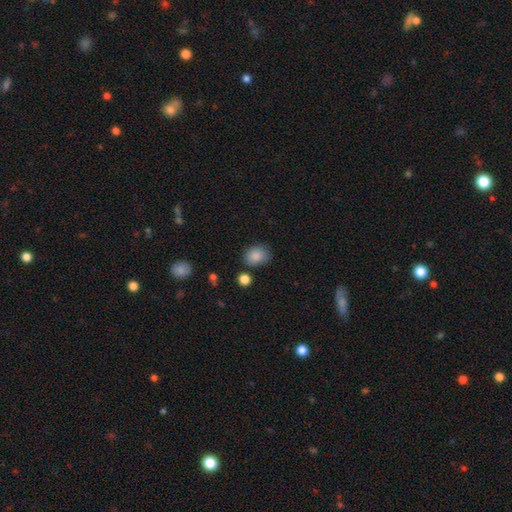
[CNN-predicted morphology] This is clearly a smooth galaxy (87%). How rounded: possibly in between (50%). Merging: likely none (77%).